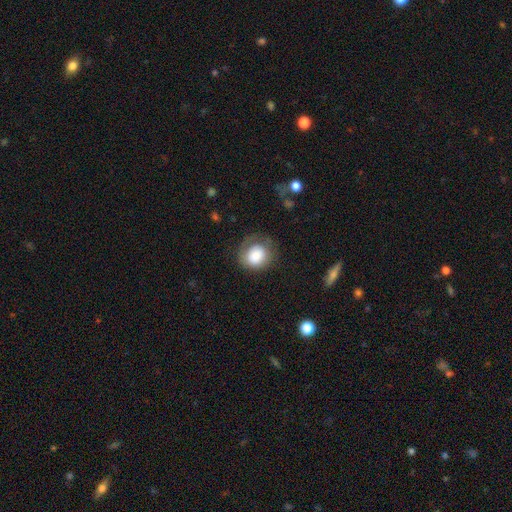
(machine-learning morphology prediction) Smooth or featured? smooth (78%)
How rounded? round (78%)
Merging? none (61%)